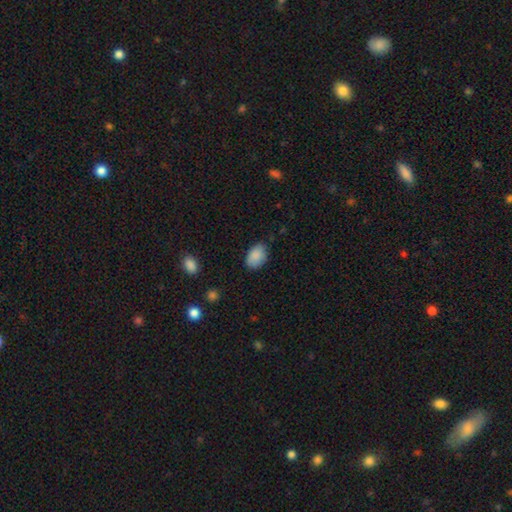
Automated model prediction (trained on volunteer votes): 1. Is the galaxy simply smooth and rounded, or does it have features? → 88% smooth, 8% star or artifact, 4% featured or disk.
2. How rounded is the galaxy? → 84% in between, 15% round, 1% cigar-shaped.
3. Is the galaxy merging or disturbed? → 74% none, 21% minor disturbance, 4% major disturbance, 1% merger.